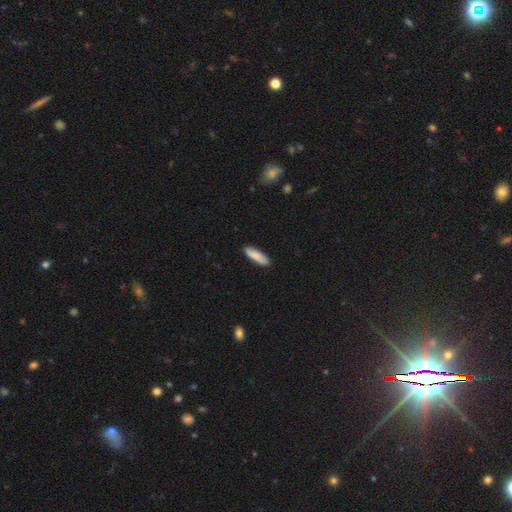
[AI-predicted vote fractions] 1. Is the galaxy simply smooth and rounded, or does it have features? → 85% smooth, 9% featured or disk, 6% star or artifact.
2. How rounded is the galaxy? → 64% cigar-shaped, 35% in between, 2% round.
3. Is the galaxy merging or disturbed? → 88% none, 9% minor disturbance, 2% major disturbance, 1% merger.